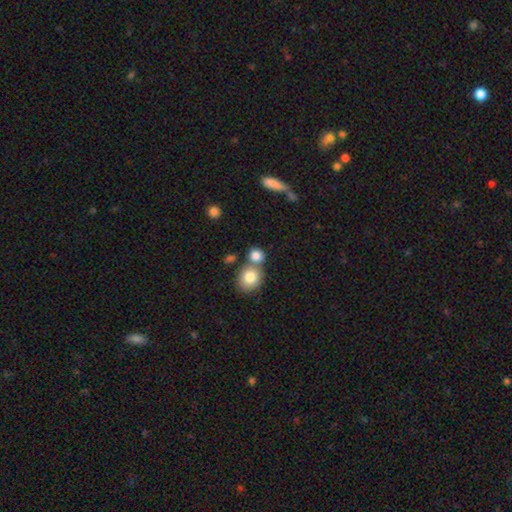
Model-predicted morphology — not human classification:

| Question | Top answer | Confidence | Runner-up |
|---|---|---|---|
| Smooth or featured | smooth | 82% | star or artifact (10%) |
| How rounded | round | 75% | in between (23%) |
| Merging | none | 49% | merger (40%) |